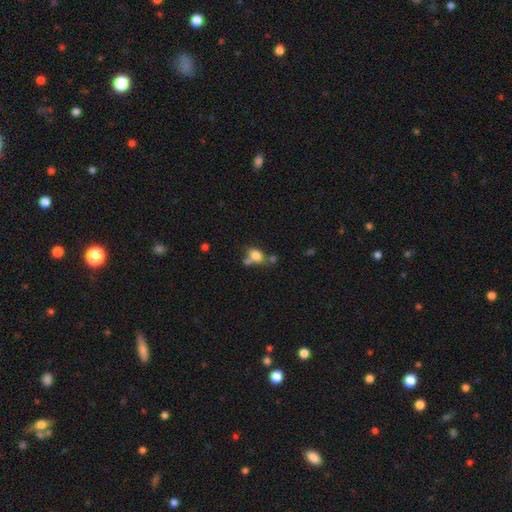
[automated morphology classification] smooth-or-featured: smooth: 79% | featured or disk: 11% | star or artifact: 10%
  how-rounded: in between: 68% | round: 30% | cigar-shaped: 2%
  merging: none: 45% | merger: 31% | minor disturbance: 17% | major disturbance: 7%